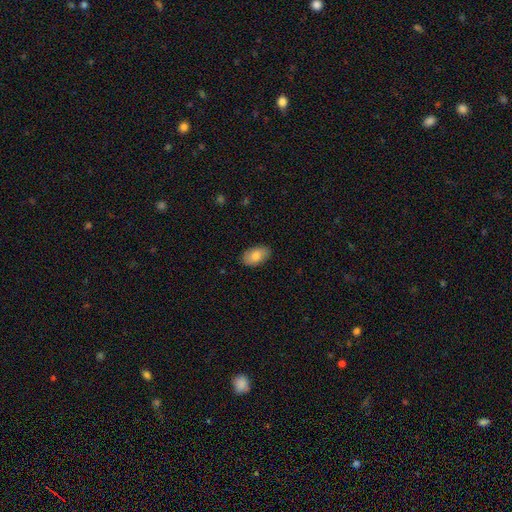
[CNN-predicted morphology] Smooth or featured?
  - smooth: 79% *
  - featured or disk: 15%
  - star or artifact: 6%
How rounded?
  - in between: 93% *
  - round: 5%
  - cigar-shaped: 1%
Merging?
  - none: 86% *
  - minor disturbance: 11%
  - major disturbance: 2%
  - merger: 1%